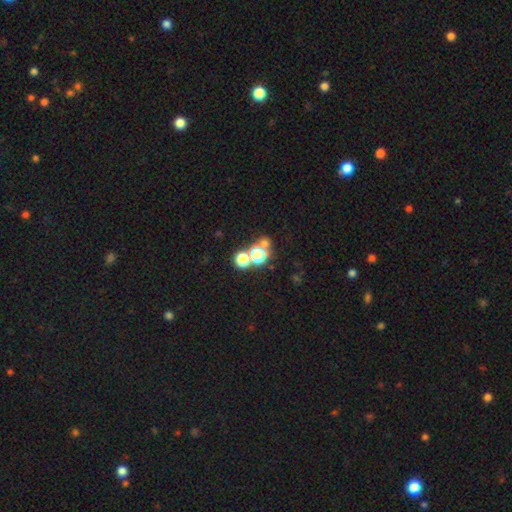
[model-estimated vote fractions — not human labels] smooth-or-featured: smooth: 52% | star or artifact: 36% | featured or disk: 12%
  how-rounded: round: 81% | in between: 18% | cigar-shaped: 1%
  merging: none: 54% | merger: 33% | minor disturbance: 7% | major disturbance: 5%